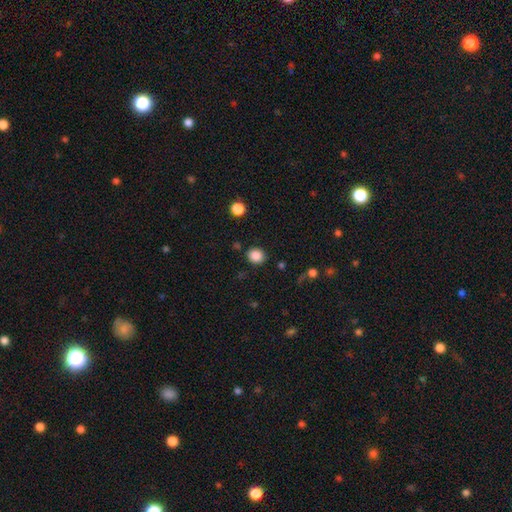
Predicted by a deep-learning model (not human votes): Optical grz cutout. It shows a smooth galaxy with no disk features (86%) that is round (81%). Merging: none (87%).